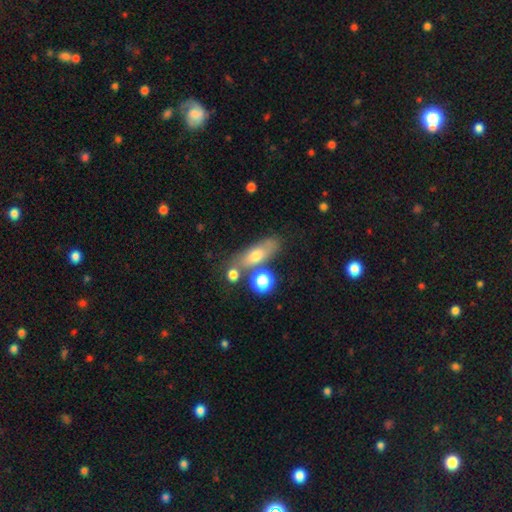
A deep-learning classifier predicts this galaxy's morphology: Smooth or featured: smooth — 62% (featured or disk — 27%)
How rounded: in between — 57% (cigar-shaped — 32%)
Merging: none — 62% (minor disturbance — 16%)